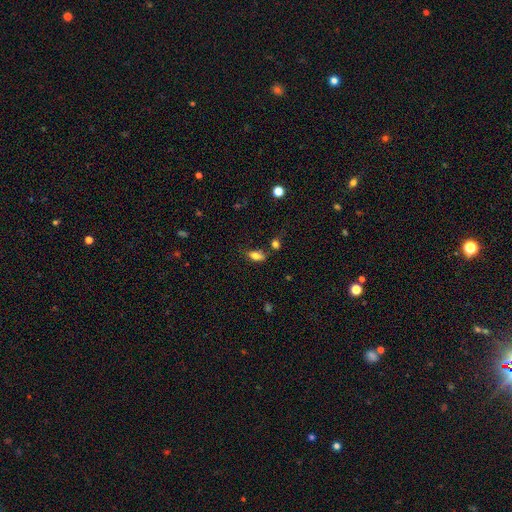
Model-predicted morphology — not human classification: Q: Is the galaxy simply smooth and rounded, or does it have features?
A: smooth — 75%.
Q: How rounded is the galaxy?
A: in between — 83%.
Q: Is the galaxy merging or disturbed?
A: none — 63%.